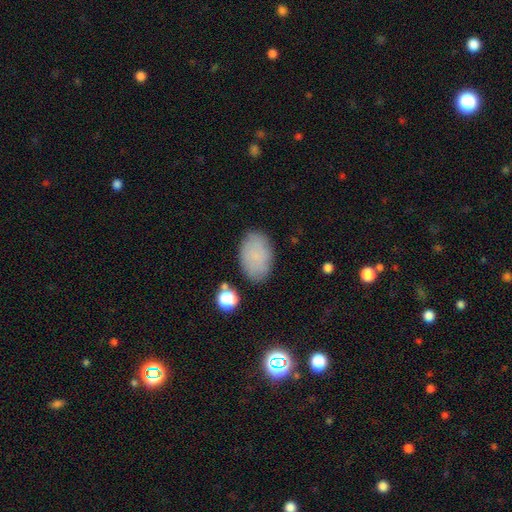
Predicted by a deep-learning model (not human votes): Overall: smooth (82%). How rounded: in between (91%). Merging: none (82%).